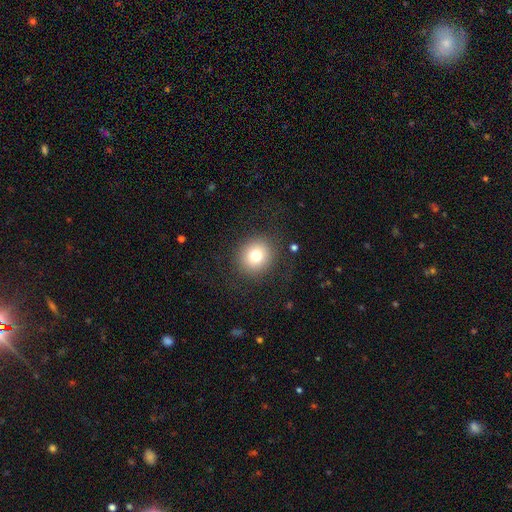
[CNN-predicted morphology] This appears to be a smooth galaxy with no disk features (76%) that is round (87%). Merging: none (86%).